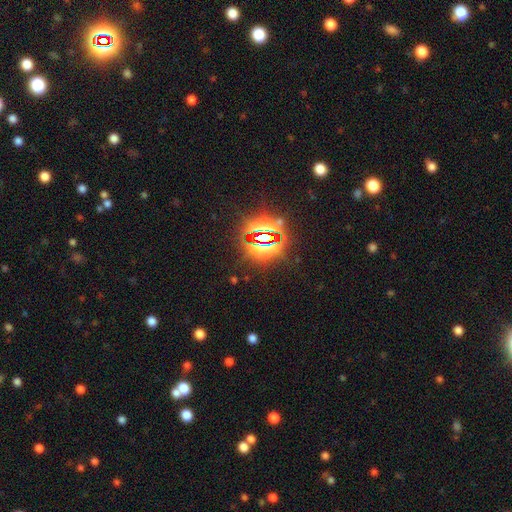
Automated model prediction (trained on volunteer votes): smooth_or_featured: star or artifact (p=0.82) [alt: smooth p=0.11]